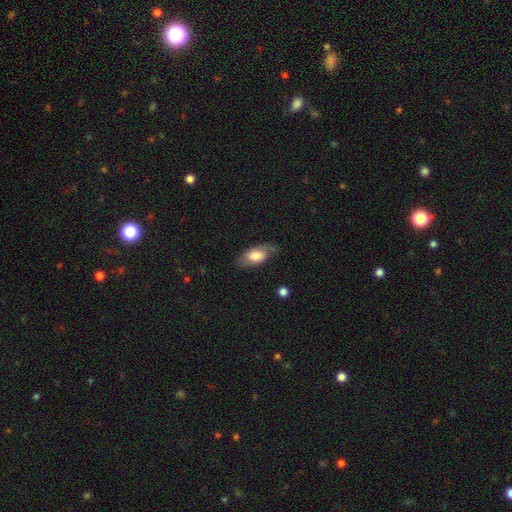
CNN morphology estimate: This appears to be a smooth galaxy with no disk features (61%) that is in between round and cigar-shaped (90%). Merging: none (64%).